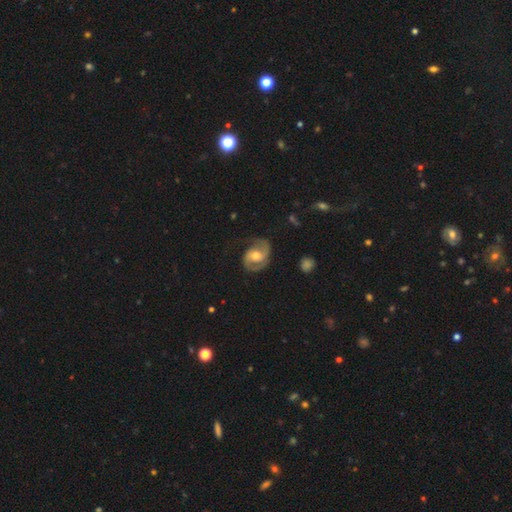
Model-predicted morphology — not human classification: Smooth or featured? featured or disk (84%)
Edge-on disk? no (98%)
Bar? no (44%)
Spiral arms? yes (95%)
Spiral winding? medium (52%)
Spiral arm count? 2 (88%)
Bulge size? moderate (72%)
Merging? none (70%)